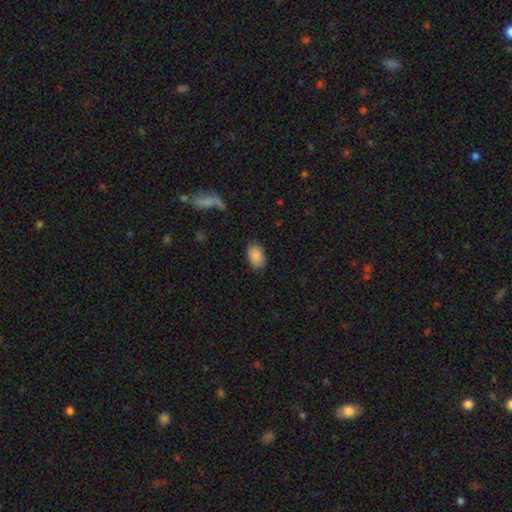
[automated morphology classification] A smooth galaxy with no disk features (88%) that is in between round and cigar-shaped (88%).

Vote fractions:
- Smooth or featured? smooth: 88% / star or artifact: 7% / featured or disk: 5%
- How rounded? in between: 88% / round: 10% / cigar-shaped: 1%
- Merging? none: 81% / minor disturbance: 14% / major disturbance: 3% / merger: 1%